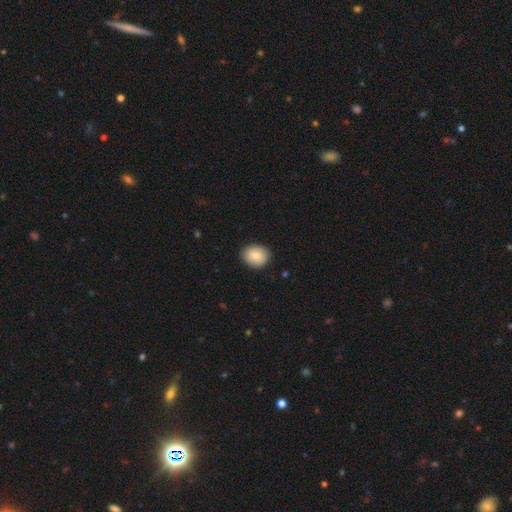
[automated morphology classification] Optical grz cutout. It shows a smooth galaxy with no disk features (82%) that is round (53%). Merging: none (87%).